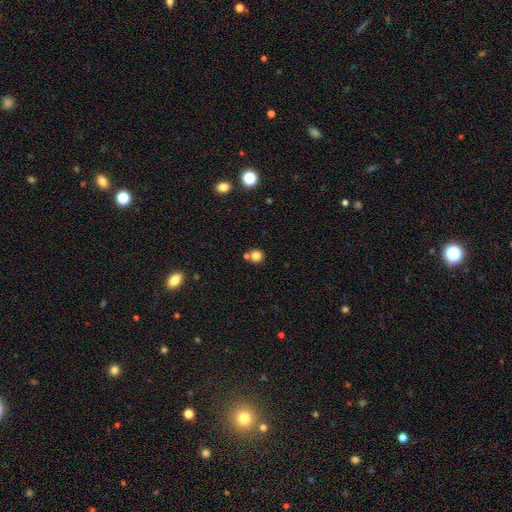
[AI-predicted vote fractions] A smooth galaxy with no disk features (81%) that is round (92%).

Vote fractions:
- Smooth or featured? smooth: 81% / star or artifact: 13% / featured or disk: 7%
- How rounded? round: 92% / in between: 7% / cigar-shaped: 1%
- Merging? none: 67% / merger: 21% / minor disturbance: 9% / major disturbance: 3%